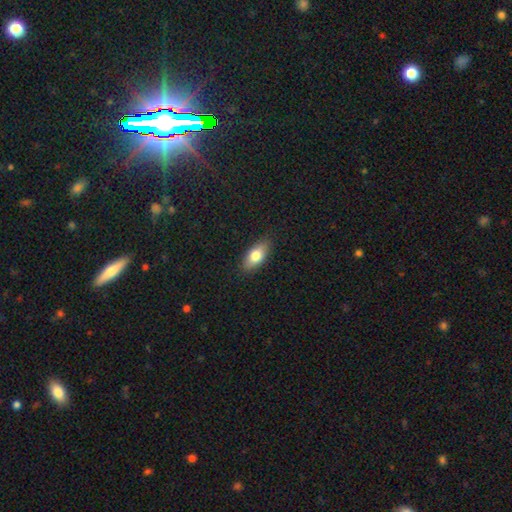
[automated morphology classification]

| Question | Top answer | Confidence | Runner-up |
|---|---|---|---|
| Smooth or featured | smooth | 77% | featured or disk (16%) |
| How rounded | in between | 86% | cigar-shaped (10%) |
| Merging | none | 87% | minor disturbance (10%) |